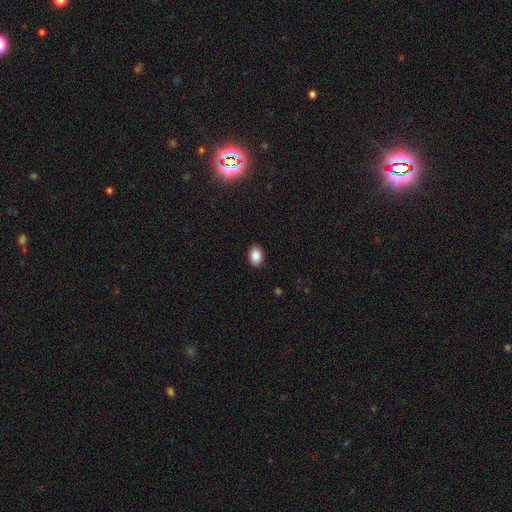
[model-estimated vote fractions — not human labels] Smooth or featured? smooth (86%)
How rounded? in between (79%)
Merging? none (89%)